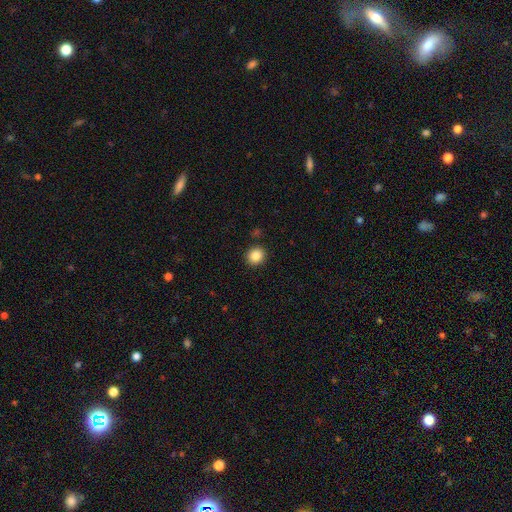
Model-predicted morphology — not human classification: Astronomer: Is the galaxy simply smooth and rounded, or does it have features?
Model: smooth — 86%.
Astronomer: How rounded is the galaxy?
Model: round — 86%.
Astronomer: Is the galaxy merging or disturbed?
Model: none — 90%.